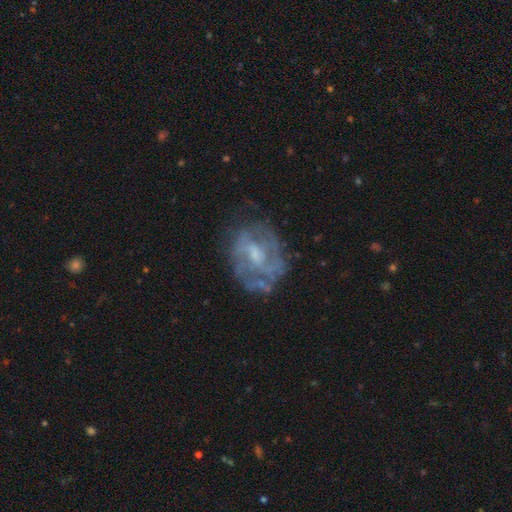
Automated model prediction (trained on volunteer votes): featured or disk 69%, smooth 18%, star or artifact 13%. Down the decision tree: edge-on disk — no (96%); bar — weak (46%); spiral arms — yes (69%); bulge size — moderate (45%); merging — none (67%).